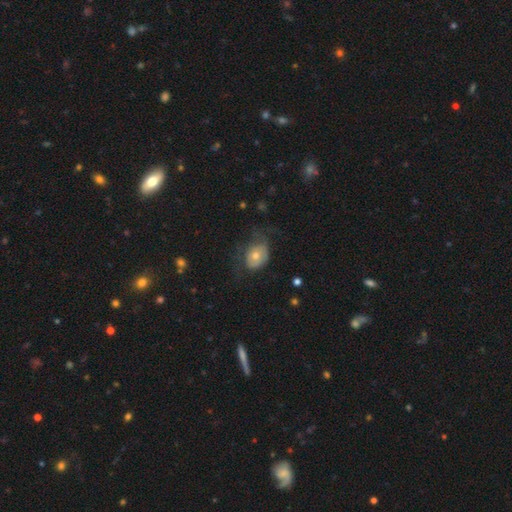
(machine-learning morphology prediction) smooth 62%, featured or disk 30%, star or artifact 8%. Down the decision tree: how rounded — in between (65%); merging — none (39%).